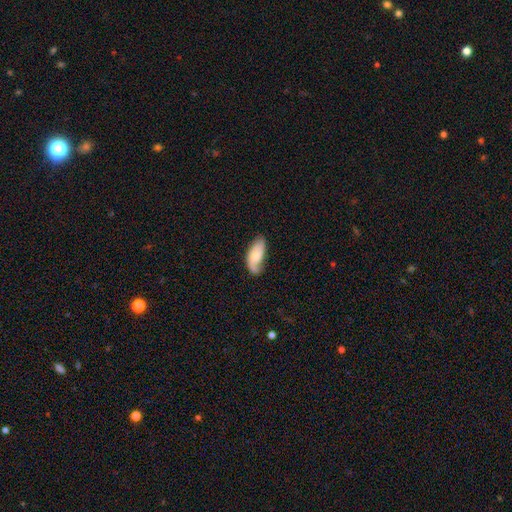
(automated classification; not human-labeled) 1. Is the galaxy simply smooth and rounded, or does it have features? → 56% smooth, 37% featured or disk, 6% star or artifact.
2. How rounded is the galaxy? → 88% in between, 9% cigar-shaped, 2% round.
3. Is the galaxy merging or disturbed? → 51% none, 32% minor disturbance, 14% major disturbance, 3% merger.